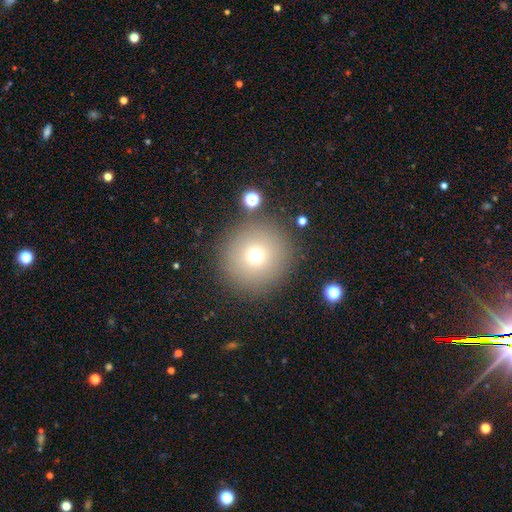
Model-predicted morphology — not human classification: smooth 70%, star or artifact 17%, featured or disk 13%. Down the decision tree: how rounded — round (96%); merging — none (86%).